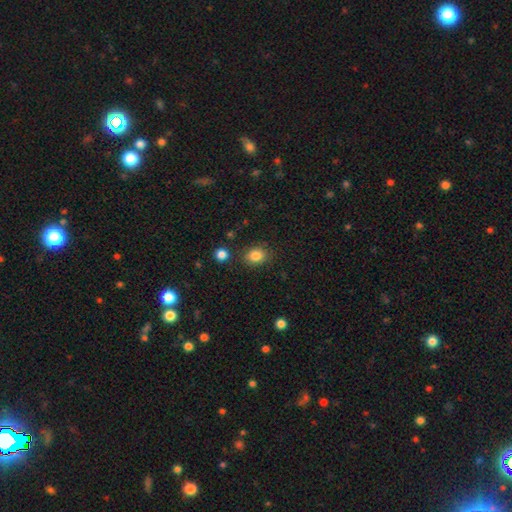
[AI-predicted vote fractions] The model was most divided on "how rounded": in between: 51%, round: 48%, cigar-shaped: 1%. More confident: smooth or featured — smooth (85%); merging — none (82%).